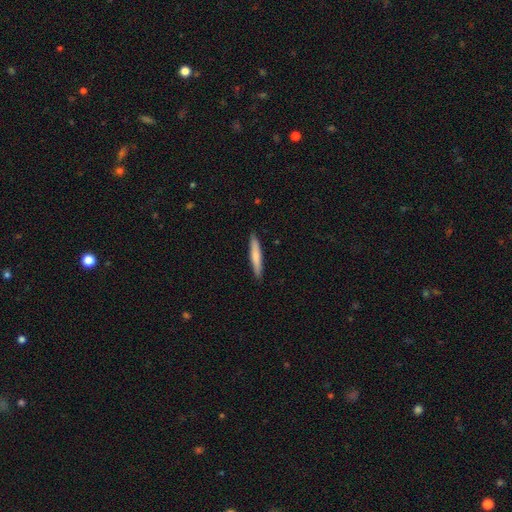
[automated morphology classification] smooth-or-featured: smooth: 72% | featured or disk: 22% | star or artifact: 5%
  how-rounded: cigar-shaped: 93% | in between: 6% | round: 1%
  merging: none: 90% | minor disturbance: 7% | major disturbance: 1% | merger: 1%